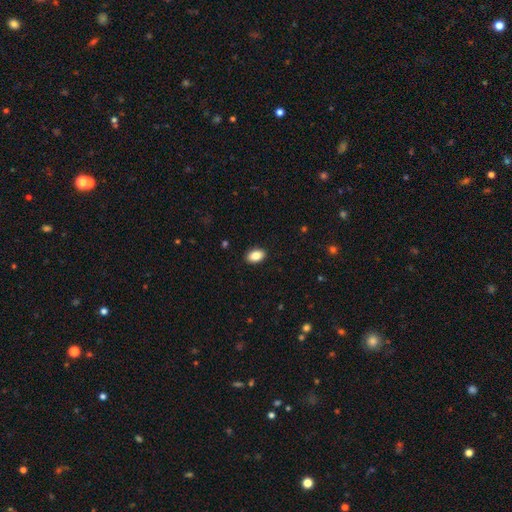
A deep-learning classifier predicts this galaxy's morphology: Smooth or featured? smooth (87%)
How rounded? in between (90%)
Merging? none (90%)